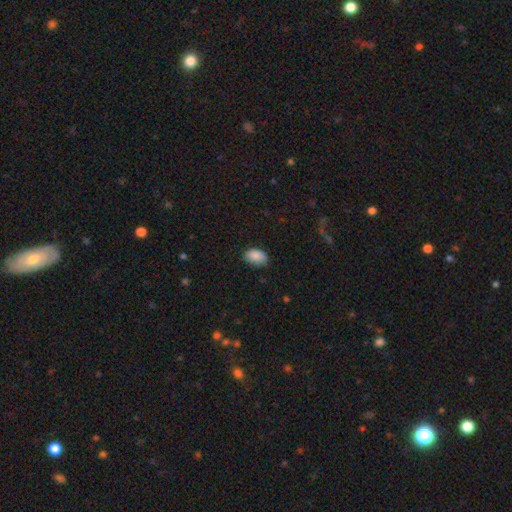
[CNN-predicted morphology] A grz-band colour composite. It shows a smooth galaxy with no disk features (89%) that is in between round and cigar-shaped (91%). Merging: none (79%).